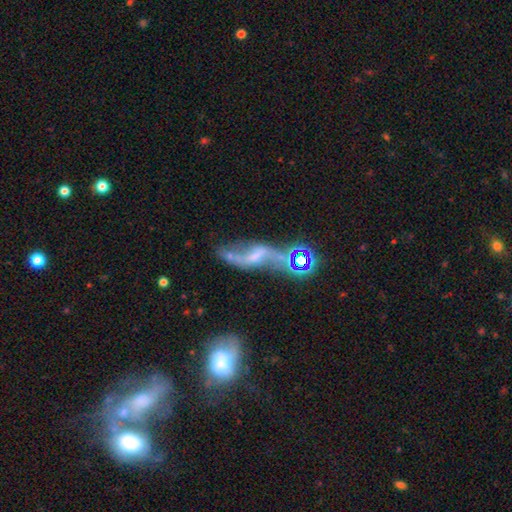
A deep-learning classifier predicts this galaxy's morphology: A featured or disk galaxy (72%) with a weak bar (40%), spiral arms (80%) and a small central bulge (41%). Merging: none (38%).